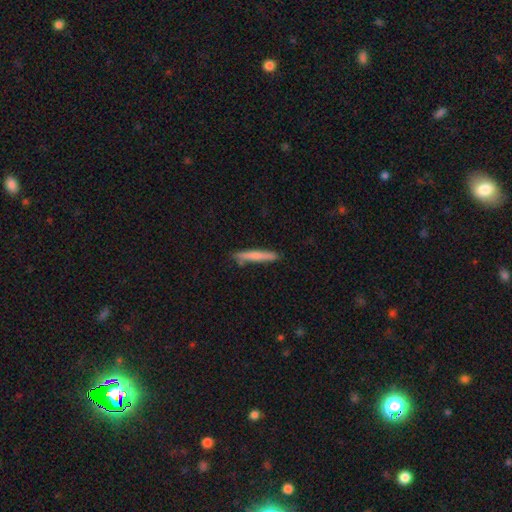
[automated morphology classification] smooth_or_featured: smooth (p=0.71) [alt: featured or disk p=0.24]
how_rounded: cigar-shaped (p=0.95) [alt: in between p=0.04]
merging: none (p=0.84) [alt: minor disturbance p=0.11]